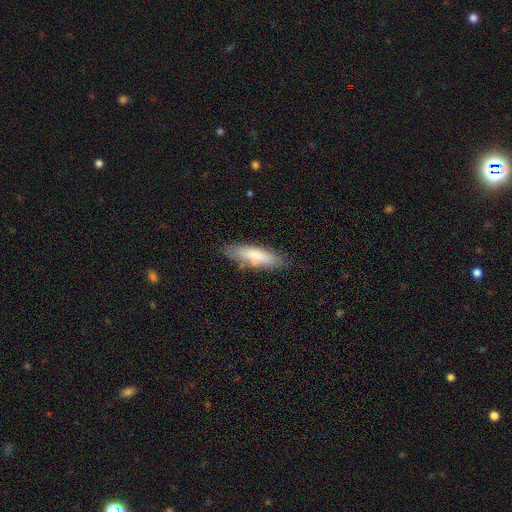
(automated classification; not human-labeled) Smooth or featured? smooth (77%)
How rounded? cigar-shaped (66%)
Merging? none (79%)